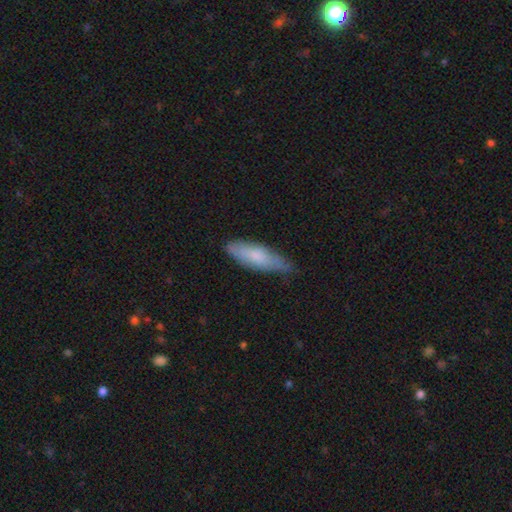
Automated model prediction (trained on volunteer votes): smooth_or_featured: smooth (p=0.70) [alt: featured or disk p=0.24]
how_rounded: in between (p=0.51) [alt: cigar-shaped p=0.47]
merging: none (p=0.65) [alt: minor disturbance p=0.29]